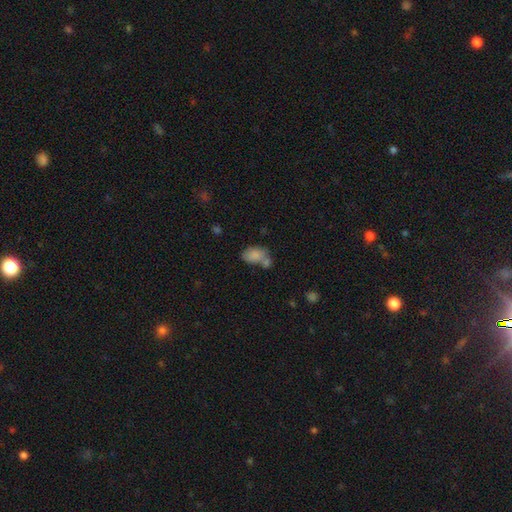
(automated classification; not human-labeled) smooth 82%, featured or disk 9%, star or artifact 9%. Down the decision tree: how rounded — in between (84%); merging — merger (39%).